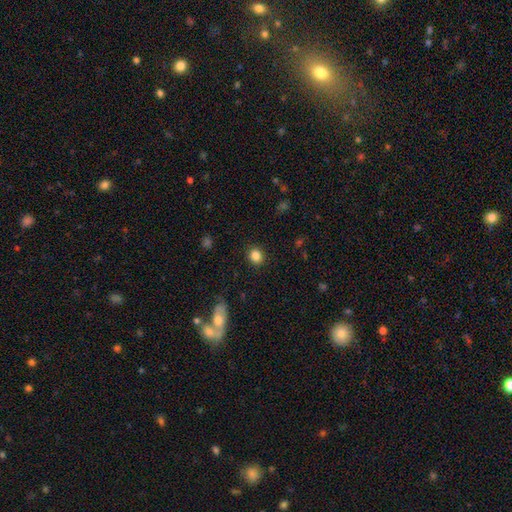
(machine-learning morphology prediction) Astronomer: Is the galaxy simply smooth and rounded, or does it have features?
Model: smooth — 85%.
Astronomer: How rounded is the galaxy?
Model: round — 76%.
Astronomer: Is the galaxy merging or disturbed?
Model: none — 89%.